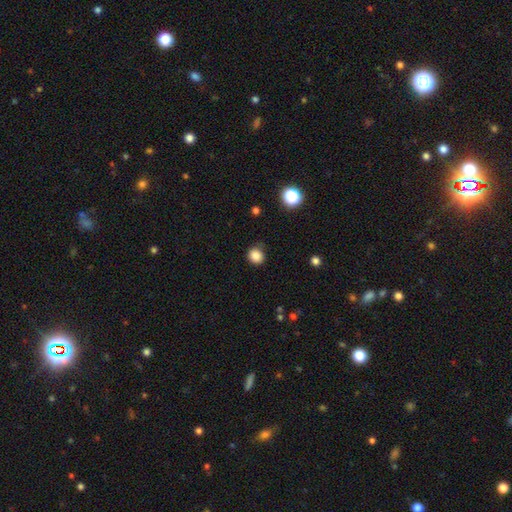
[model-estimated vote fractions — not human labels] The model was most divided on "how rounded": round: 83%, in between: 17%, cigar-shaped: 1%. More confident: smooth or featured — smooth (84%); merging — none (81%).